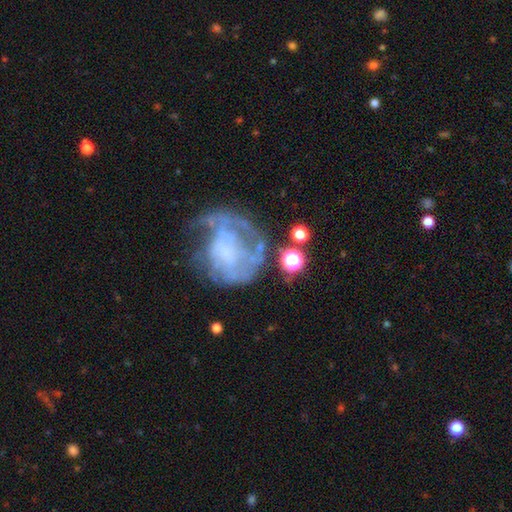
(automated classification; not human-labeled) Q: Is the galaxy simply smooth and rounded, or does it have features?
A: featured or disk — 66%.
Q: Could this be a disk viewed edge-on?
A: no — 98%.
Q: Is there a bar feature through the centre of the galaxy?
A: no — 73%.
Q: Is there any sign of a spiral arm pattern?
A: no — 54%.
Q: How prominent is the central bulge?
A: none — 60%.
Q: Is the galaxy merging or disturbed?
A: none — 37%.